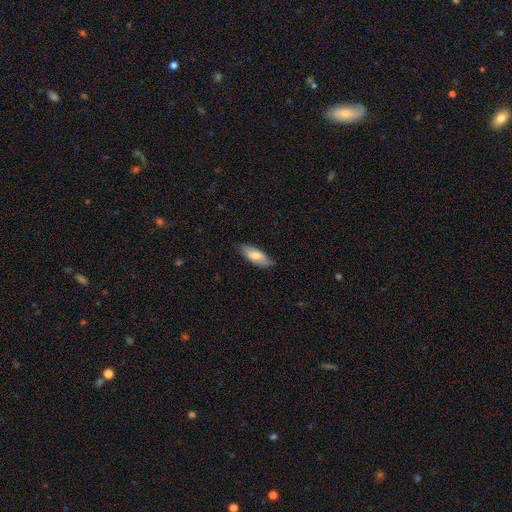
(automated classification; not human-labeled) Smooth or featured? Predicted: smooth (p=0.73). How rounded? Predicted: in between (p=0.74). Merging? Predicted: none (p=0.76).